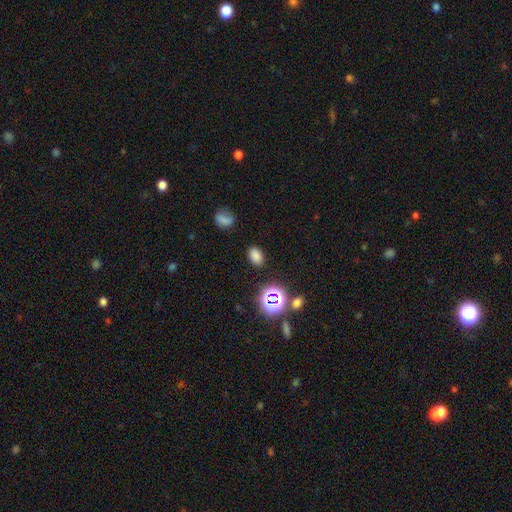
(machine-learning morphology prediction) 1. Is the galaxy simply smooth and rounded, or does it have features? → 76% smooth, 19% star or artifact, 6% featured or disk.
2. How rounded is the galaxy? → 83% in between, 16% round, 1% cigar-shaped.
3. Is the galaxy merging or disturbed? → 86% none, 9% minor disturbance, 3% major disturbance, 2% merger.